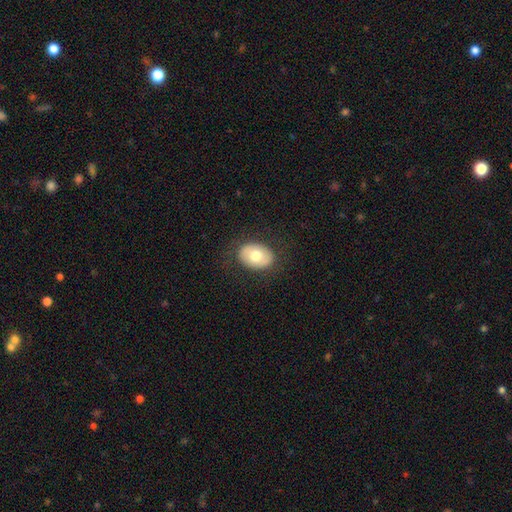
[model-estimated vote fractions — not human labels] smooth-or-featured: smooth: 69% | featured or disk: 24% | star or artifact: 7%
  how-rounded: in between: 75% | round: 24% | cigar-shaped: 1%
  merging: none: 83% | minor disturbance: 12% | major disturbance: 4% | merger: 1%